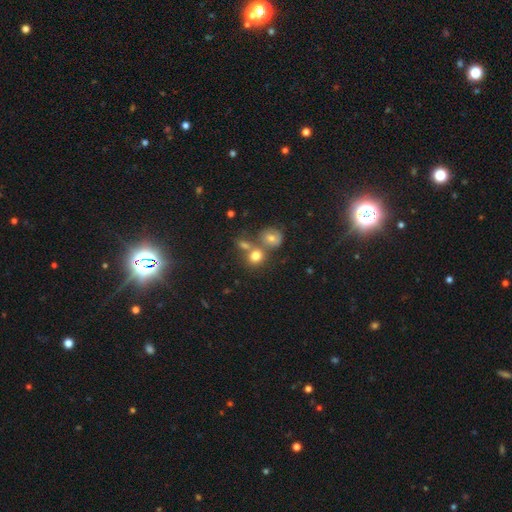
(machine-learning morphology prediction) The model was most divided on "merging": none: 49%, merger: 37%, minor disturbance: 10%, major disturbance: 4%. More confident: how rounded — round (76%); smooth or featured — smooth (75%).